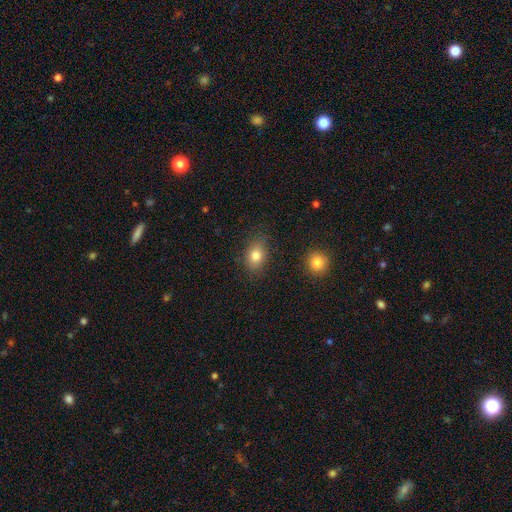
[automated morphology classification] A smooth galaxy with no disk features (81%) that is in between round and cigar-shaped (72%). Merging: none (80%).